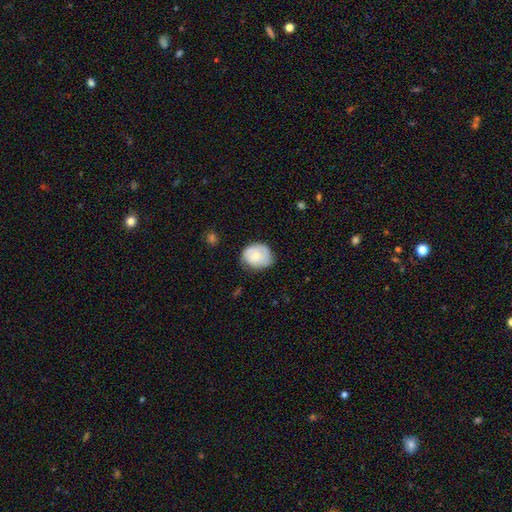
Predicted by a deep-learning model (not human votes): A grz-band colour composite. It shows a smooth galaxy with no disk features (64%) that is round (62%). Merging: none (66%).